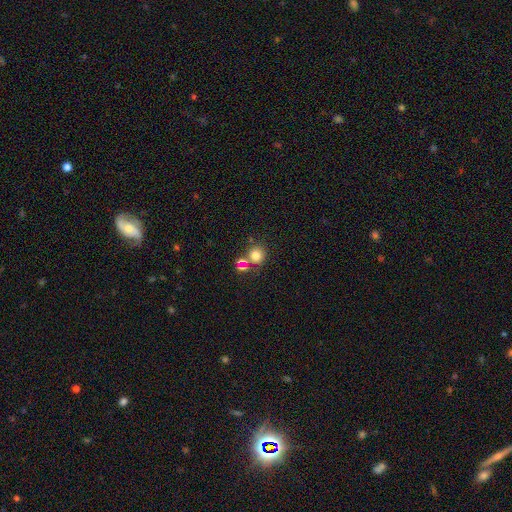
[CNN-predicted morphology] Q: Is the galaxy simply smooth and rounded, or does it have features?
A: smooth — 77%.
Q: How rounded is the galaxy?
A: round — 87%.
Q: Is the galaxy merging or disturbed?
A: none — 60%.